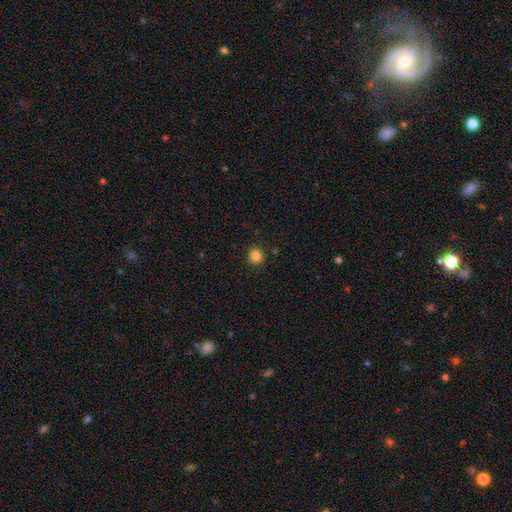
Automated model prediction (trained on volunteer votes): Q: Smooth or featured?
A: smooth (84%); runner-up: star or artifact (11%)
Q: How rounded?
A: round (94%); runner-up: in between (5%)
Q: Merging?
A: none (91%); runner-up: minor disturbance (6%)